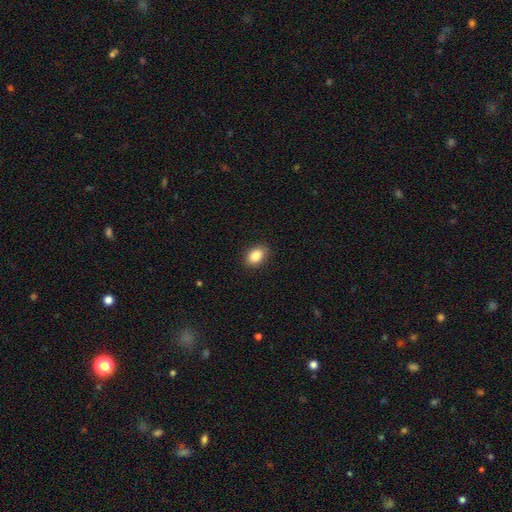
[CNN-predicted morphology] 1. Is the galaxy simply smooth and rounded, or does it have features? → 86% smooth, 8% star or artifact, 6% featured or disk.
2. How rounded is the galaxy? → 77% in between, 22% round, 1% cigar-shaped.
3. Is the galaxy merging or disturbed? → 89% none, 8% minor disturbance, 2% major disturbance, 1% merger.